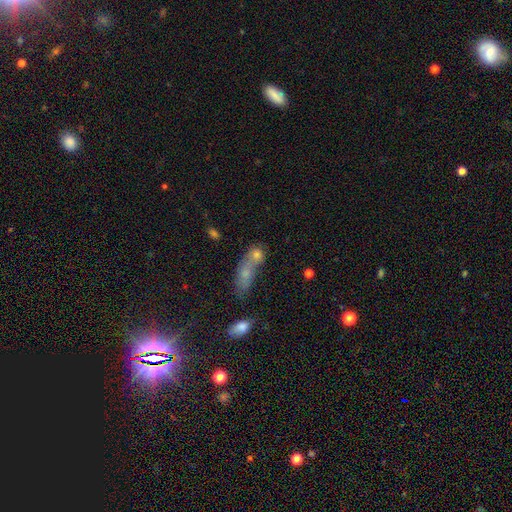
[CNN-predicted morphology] Smooth or featured? smooth (61%)
How rounded? in between (55%)
Merging? merger (61%)